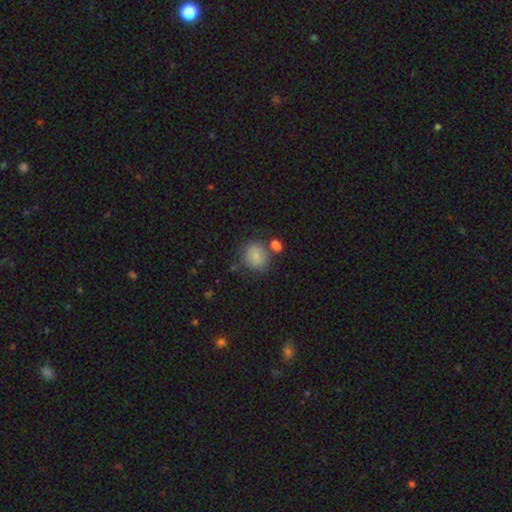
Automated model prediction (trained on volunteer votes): smooth 75%, featured or disk 15%, star or artifact 9%. Down the decision tree: how rounded — round (77%); merging — none (63%).